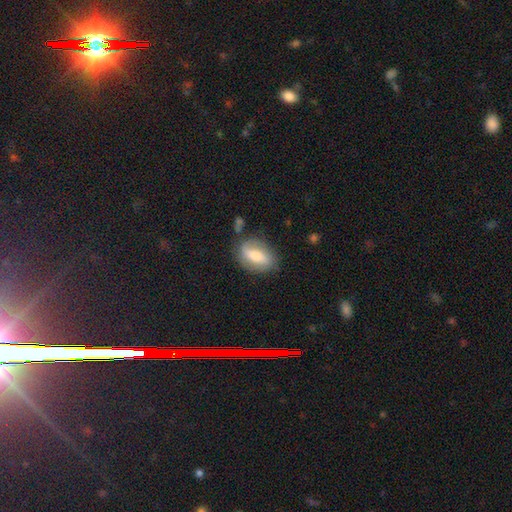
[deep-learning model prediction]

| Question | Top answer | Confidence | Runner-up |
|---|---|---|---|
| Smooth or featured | smooth | 57% | featured or disk (37%) |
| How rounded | in between | 81% | round (13%) |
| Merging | none | 74% | minor disturbance (17%) |